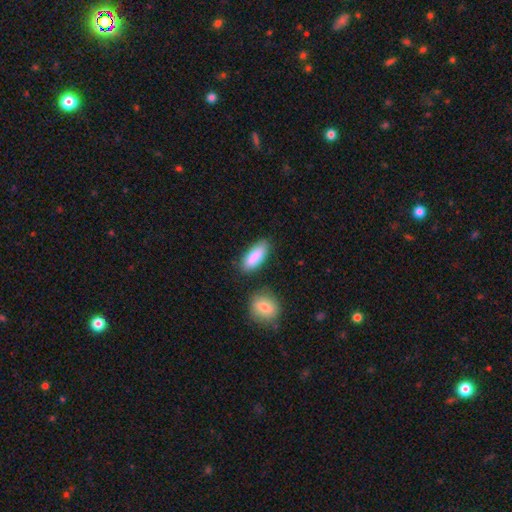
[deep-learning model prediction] A smooth galaxy with no disk features (87%) that is in between round and cigar-shaped (74%). Merging: none (78%).